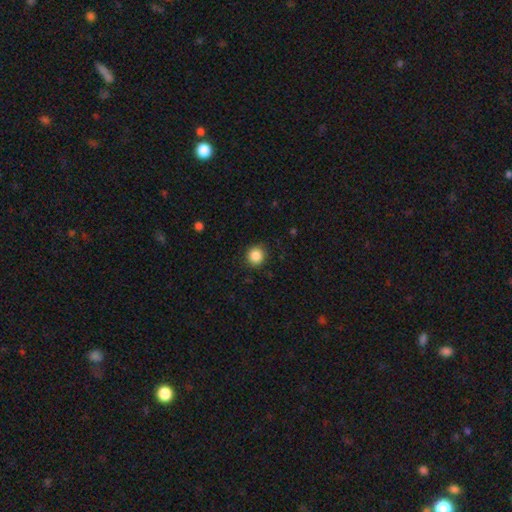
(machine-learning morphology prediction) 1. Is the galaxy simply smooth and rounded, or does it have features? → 87% smooth, 10% star or artifact, 3% featured or disk.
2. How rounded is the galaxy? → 92% round, 7% in between, 1% cigar-shaped.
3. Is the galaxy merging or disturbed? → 89% none, 8% minor disturbance, 2% major disturbance, 1% merger.